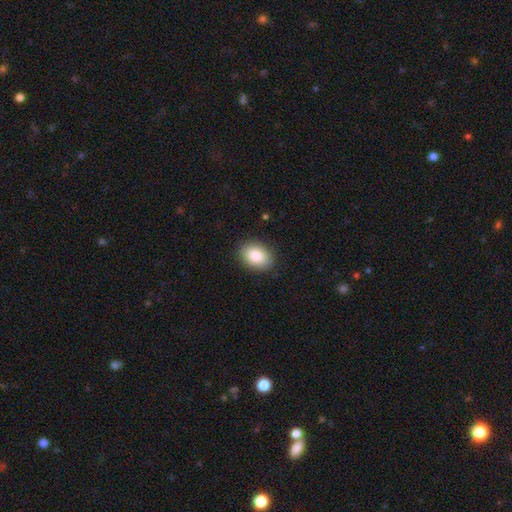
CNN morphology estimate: Smooth or featured: smooth — 87% (star or artifact — 7%)
How rounded: in between — 77% (round — 22%)
Merging: none — 88% (minor disturbance — 9%)